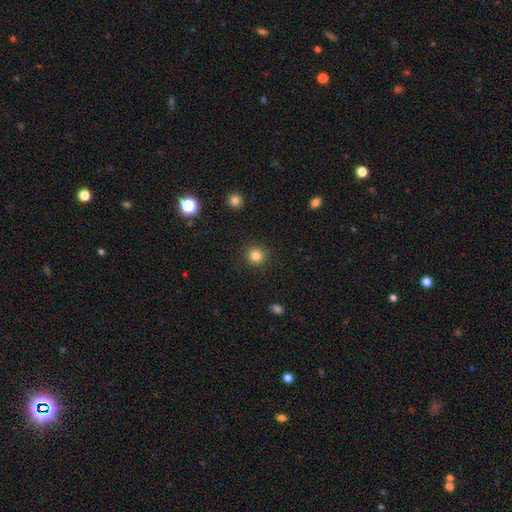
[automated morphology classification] Overall: smooth (82%). How rounded: round (92%). Merging: none (90%).